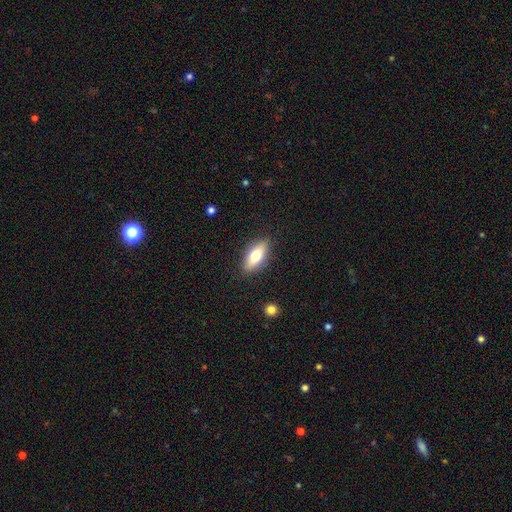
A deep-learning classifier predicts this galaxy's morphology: Smooth or featured: smooth — 68% (featured or disk — 25%)
How rounded: in between — 76% (cigar-shaped — 21%)
Merging: none — 87% (minor disturbance — 10%)